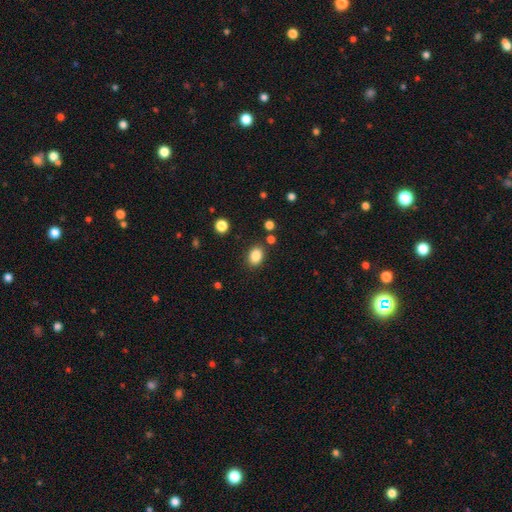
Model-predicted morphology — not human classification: Smooth or featured? smooth (86%)
How rounded? in between (72%)
Merging? none (83%)